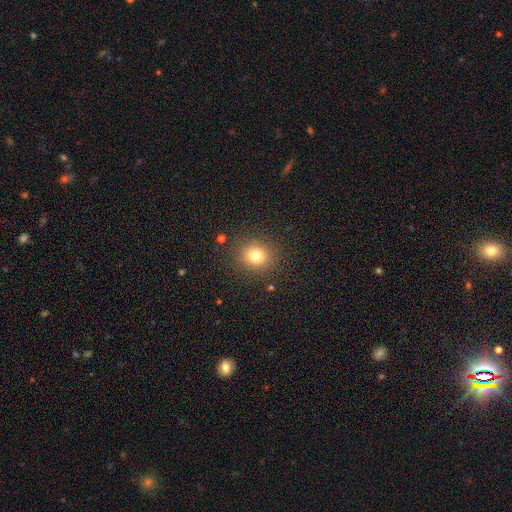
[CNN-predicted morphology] Overall: smooth (77%). How rounded: round (85%). Merging: none (88%).